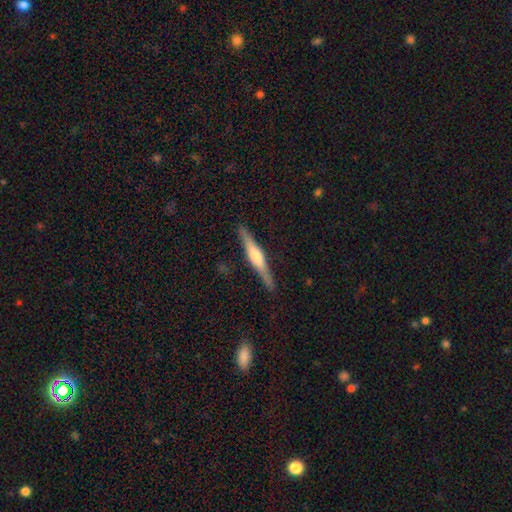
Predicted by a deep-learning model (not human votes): Q: Smooth or featured?
A: featured or disk (67%); runner-up: smooth (27%)
Q: Edge-on disk?
A: yes (98%); runner-up: no (2%)
Q: Edge-on bulge?
A: rounded (59%); runner-up: boxy (30%)
Q: Merging?
A: none (89%); runner-up: minor disturbance (8%)